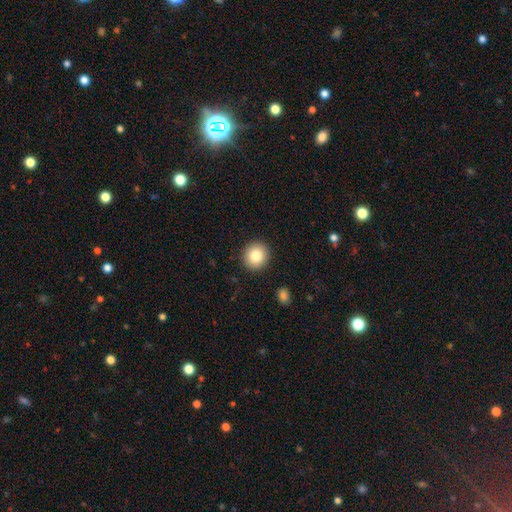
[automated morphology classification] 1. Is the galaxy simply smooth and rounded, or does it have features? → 82% smooth, 9% star or artifact, 8% featured or disk.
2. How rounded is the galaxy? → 91% round, 8% in between, 1% cigar-shaped.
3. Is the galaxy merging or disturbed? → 91% none, 6% minor disturbance, 2% major disturbance, 1% merger.